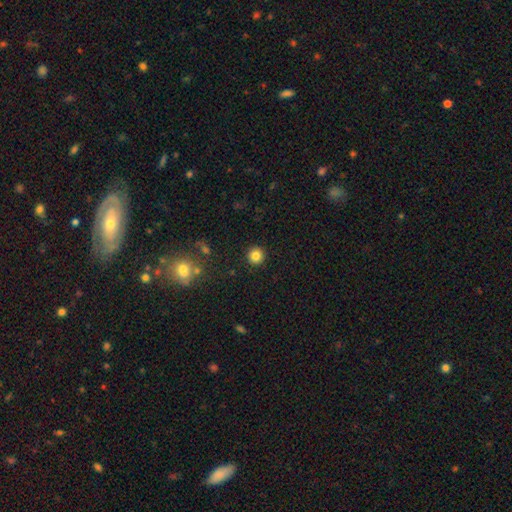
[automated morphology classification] smooth 83%, star or artifact 12%, featured or disk 5%. Down the decision tree: how rounded — round (95%); merging — none (92%).